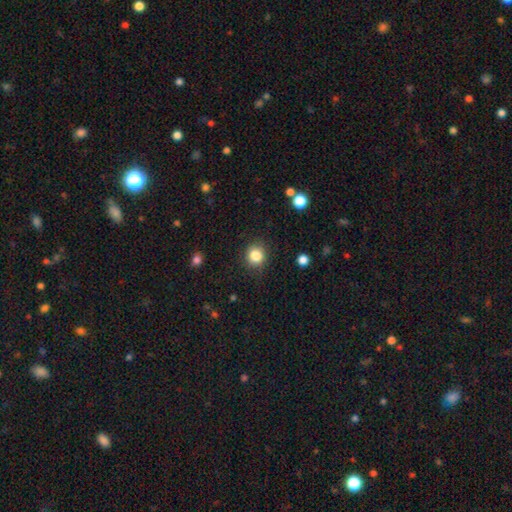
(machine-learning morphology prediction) Smooth or featured? Predicted: smooth (p=0.84). How rounded? Predicted: round (p=0.83). Merging? Predicted: none (p=0.87).